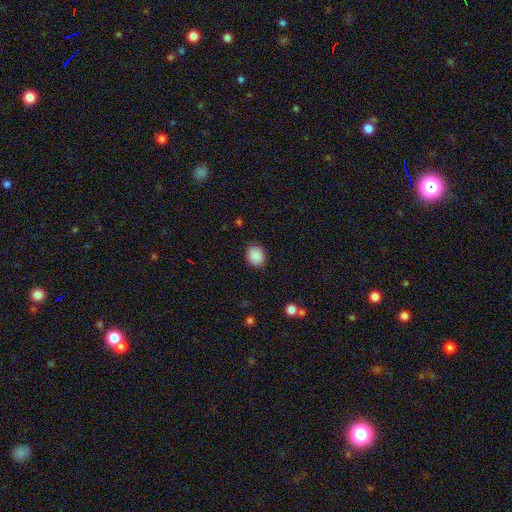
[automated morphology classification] A smooth galaxy with no disk features (89%) that is round (71%).

Vote fractions:
- Smooth or featured? smooth: 89% / star or artifact: 9% / featured or disk: 3%
- How rounded? round: 71% / in between: 29% / cigar-shaped: 1%
- Merging? none: 88% / minor disturbance: 9% / major disturbance: 3% / merger: 1%